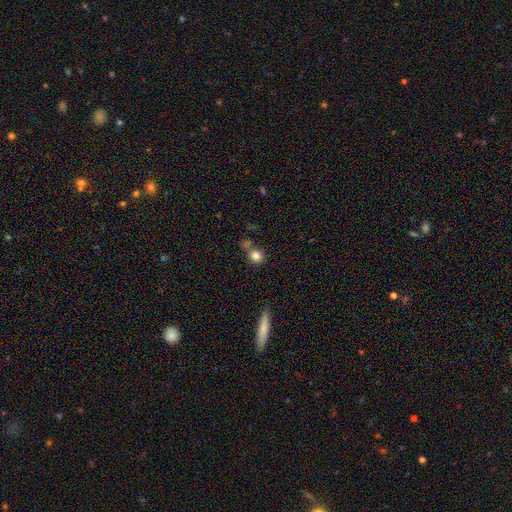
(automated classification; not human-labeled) Morphology: type=smooth (82%); roundness=round (80%); merging=none (57%).